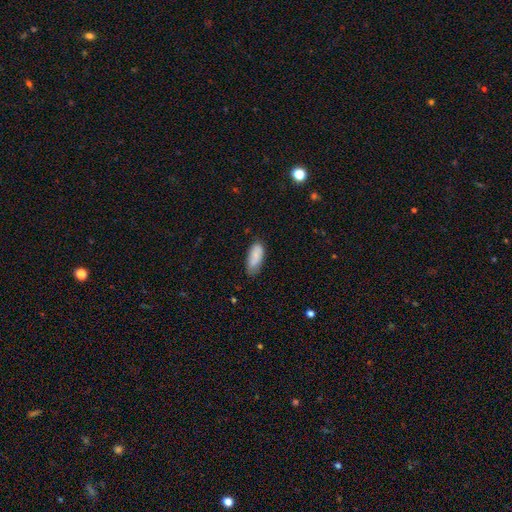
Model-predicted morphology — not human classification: The model was most divided on "merging": none: 67%, minor disturbance: 26%, major disturbance: 5%, merger: 2%. More confident: how rounded — in between (84%); smooth or featured — smooth (82%).